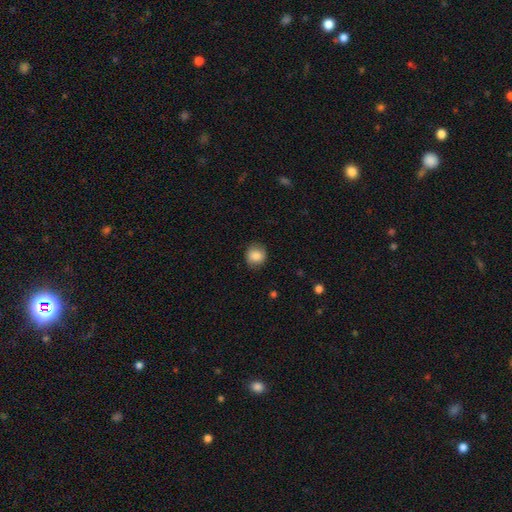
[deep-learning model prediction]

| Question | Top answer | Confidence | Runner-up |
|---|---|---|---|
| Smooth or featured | smooth | 84% | star or artifact (9%) |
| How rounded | round | 84% | in between (15%) |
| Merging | none | 84% | minor disturbance (12%) |